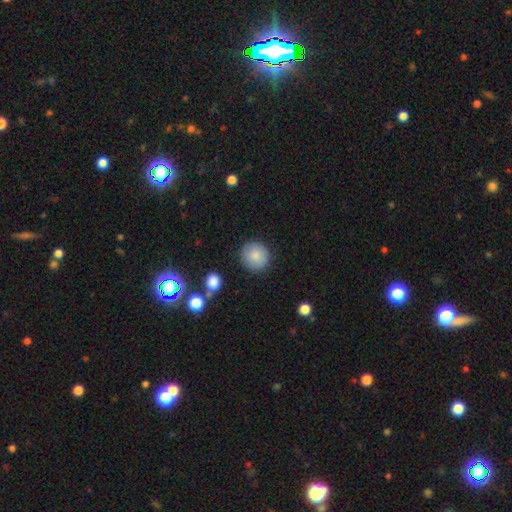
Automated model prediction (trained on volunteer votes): smooth-or-featured: smooth: 86% | star or artifact: 8% | featured or disk: 6%
  how-rounded: round: 92% | in between: 7% | cigar-shaped: 1%
  merging: none: 88% | minor disturbance: 8% | major disturbance: 2% | merger: 2%